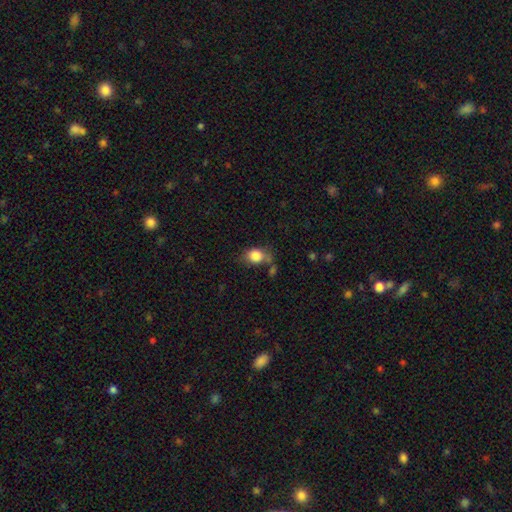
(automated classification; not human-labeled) smooth_or_featured: smooth (p=0.83) [alt: star or artifact p=0.09]
how_rounded: in between (p=0.50) [alt: round p=0.49]
merging: none (p=0.52) [alt: minor disturbance p=0.25]